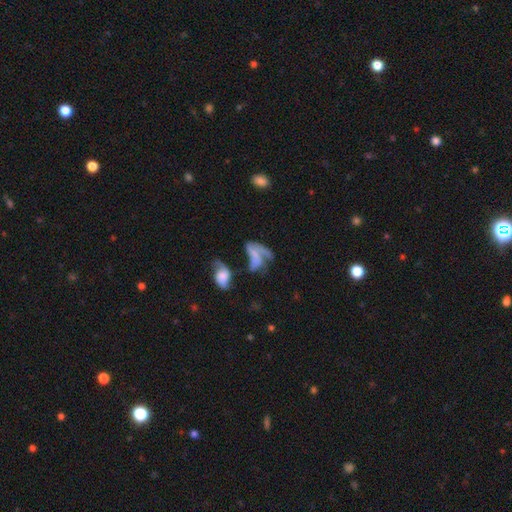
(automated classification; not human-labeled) The model was most divided on "merging": major disturbance: 35%, merger: 31%, none: 20%, minor disturbance: 14%. Remaining: smooth or featured — featured or disk (47%).